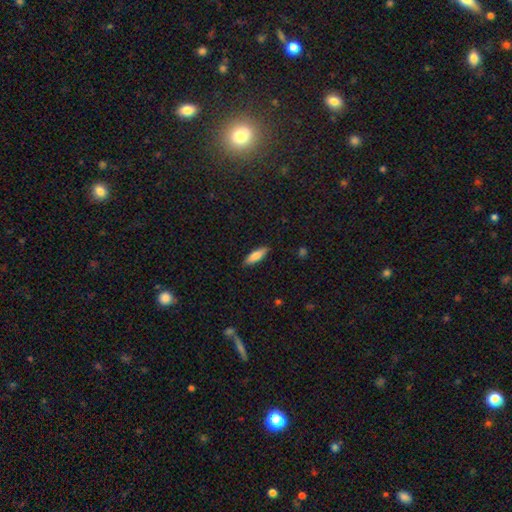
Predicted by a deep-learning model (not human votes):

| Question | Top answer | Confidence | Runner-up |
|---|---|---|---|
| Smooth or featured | smooth | 80% | featured or disk (14%) |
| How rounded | cigar-shaped | 53% | in between (45%) |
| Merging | none | 88% | minor disturbance (9%) |